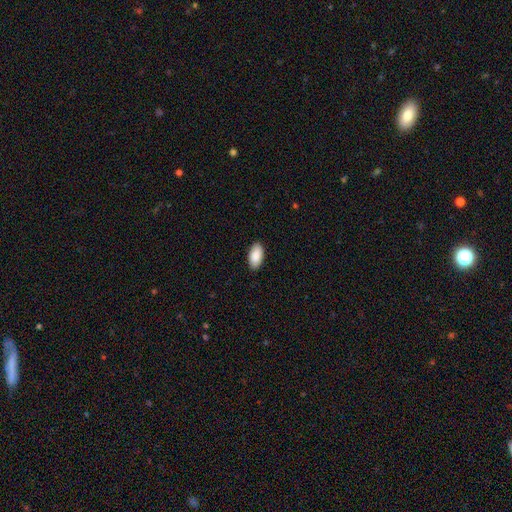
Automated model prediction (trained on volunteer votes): smooth 89%, star or artifact 6%, featured or disk 5%. Down the decision tree: how rounded — in between (95%); merging — none (90%).